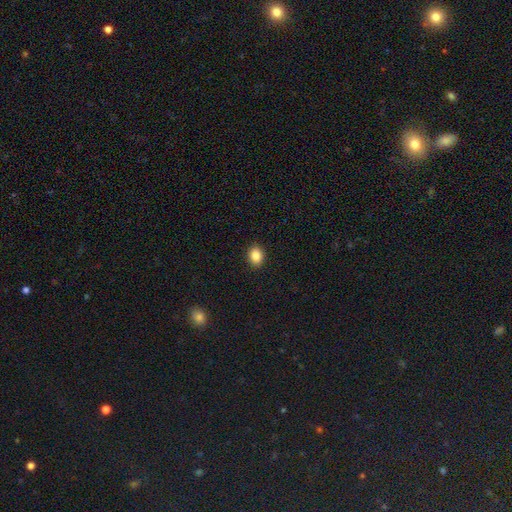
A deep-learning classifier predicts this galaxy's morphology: This is clearly a smooth galaxy (86%). How rounded: possibly round (52%). Merging: clearly none (91%).